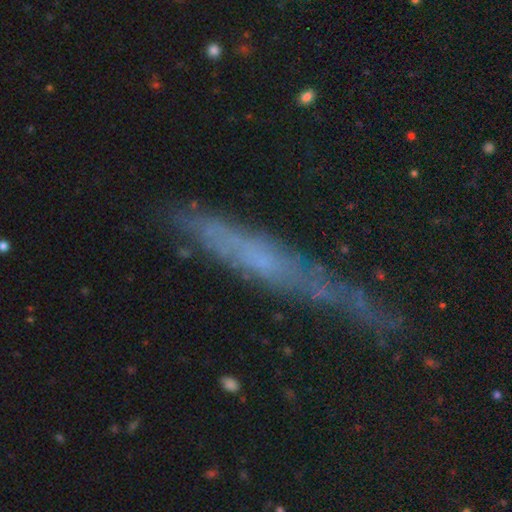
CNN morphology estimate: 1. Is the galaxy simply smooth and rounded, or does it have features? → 51% featured or disk, 30% smooth, 20% star or artifact.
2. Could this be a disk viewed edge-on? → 77% yes, 23% no.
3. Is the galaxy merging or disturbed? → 66% none, 22% minor disturbance, 9% major disturbance, 3% merger.